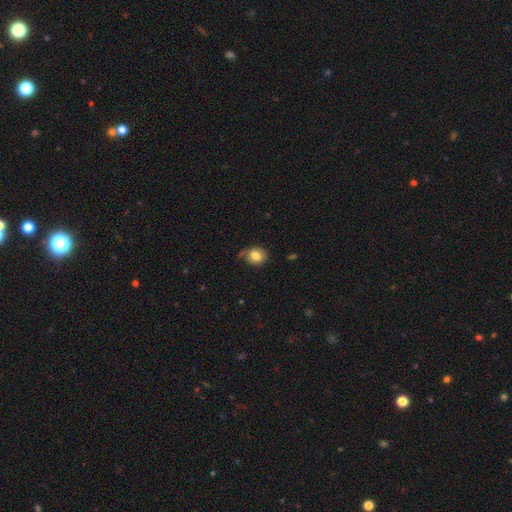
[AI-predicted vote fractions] A smooth galaxy with no disk features (79%) that is round (60%). Merging: none (64%).